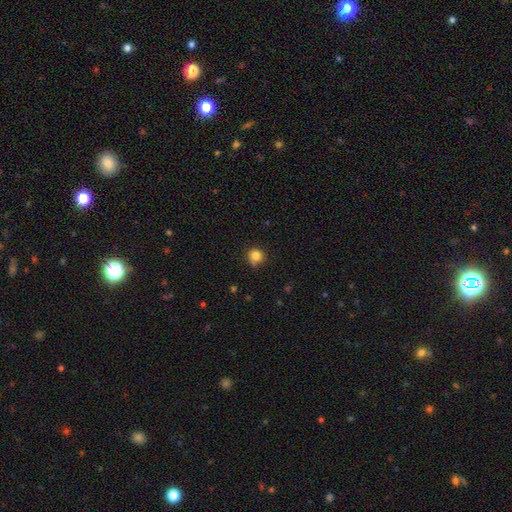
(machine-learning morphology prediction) Smooth or featured: smooth — 83% (star or artifact — 12%)
How rounded: round — 91% (in between — 8%)
Merging: none — 74% (minor disturbance — 20%)